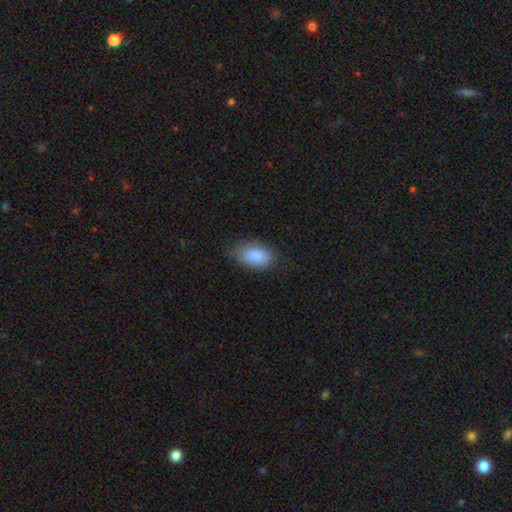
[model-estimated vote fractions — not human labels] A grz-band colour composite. It shows a smooth galaxy with no disk features (88%) that is in between round and cigar-shaped (92%). Merging: none (71%).